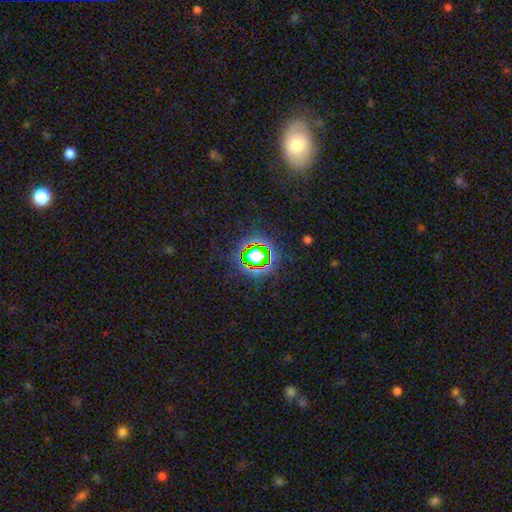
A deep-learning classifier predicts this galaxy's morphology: The model was most divided on "smooth or featured": star or artifact: 72%, smooth: 17%, featured or disk: 11%.